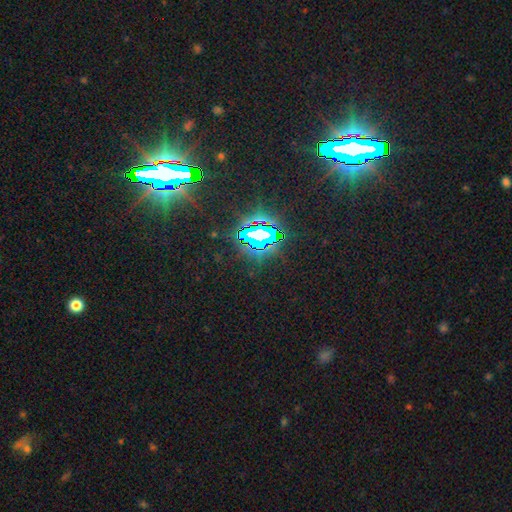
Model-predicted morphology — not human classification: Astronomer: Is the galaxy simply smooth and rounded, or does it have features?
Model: star or artifact — 82%.